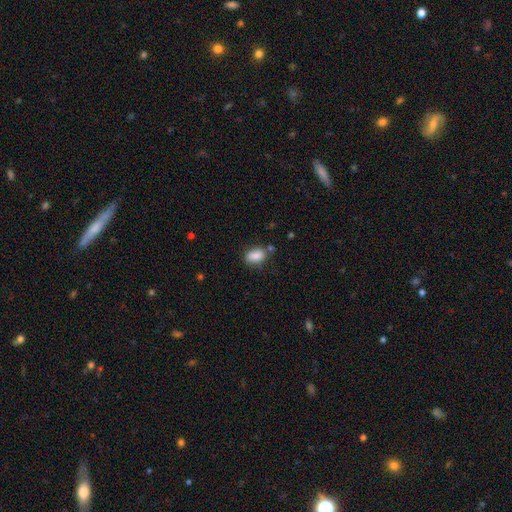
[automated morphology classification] Smooth or featured: smooth — 85% (star or artifact — 8%)
How rounded: in between — 85% (round — 12%)
Merging: none — 65% (minor disturbance — 21%)